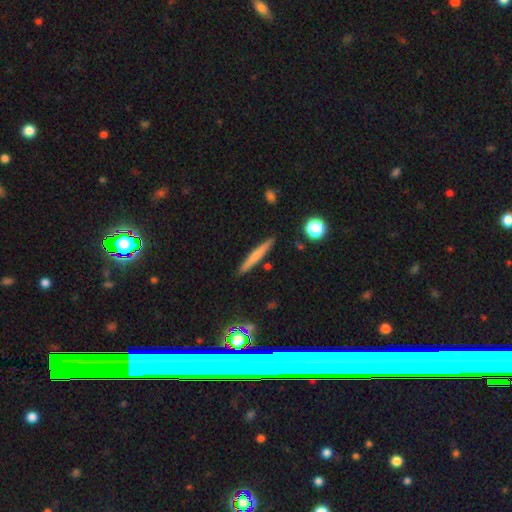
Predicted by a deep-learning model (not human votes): Overall: smooth (59%; featured or disk 33%). How rounded: cigar-shaped (94%). Merging: none (88%).